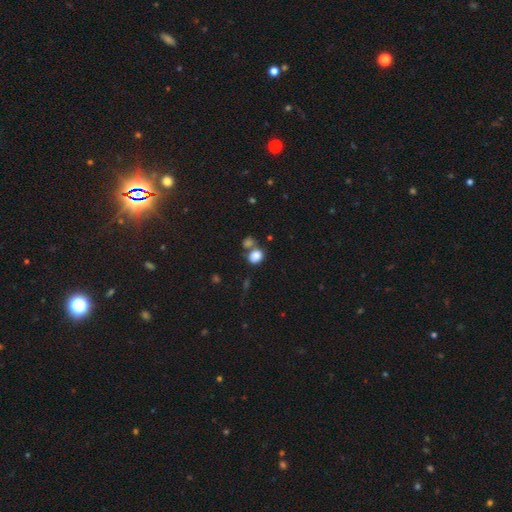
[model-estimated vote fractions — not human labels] This is clearly a smooth galaxy (83%). How rounded: possibly round (54%). Merging: possibly none (48%).